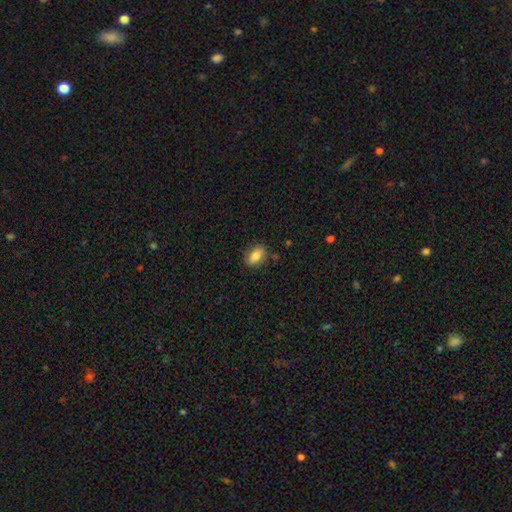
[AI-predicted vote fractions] smooth_or_featured: smooth (p=0.80) [alt: featured or disk p=0.12]
how_rounded: in between (p=0.84) [alt: round p=0.11]
merging: none (p=0.82) [alt: minor disturbance p=0.13]